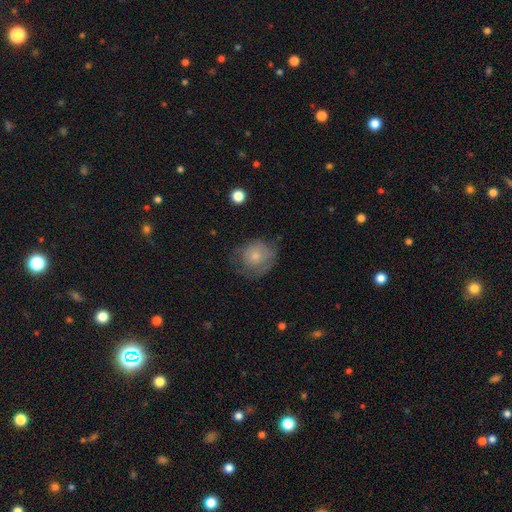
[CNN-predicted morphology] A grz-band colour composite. It shows a smooth galaxy with no disk features (67%) that is round (75%). Merging: none (55%).